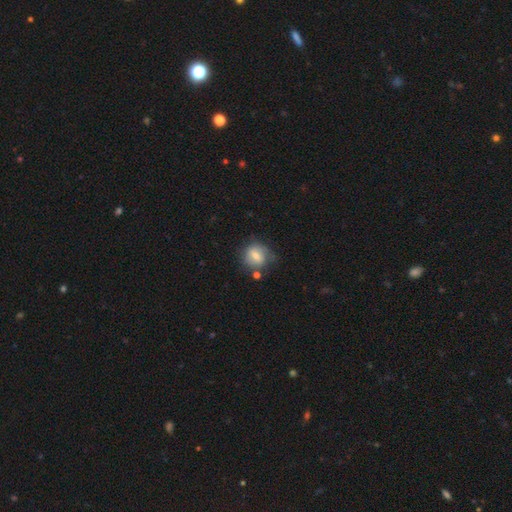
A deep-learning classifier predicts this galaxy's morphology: Overall: smooth (61%; featured or disk 31%). How rounded: round (75%). Merging: none (57%; minor disturbance 24%).